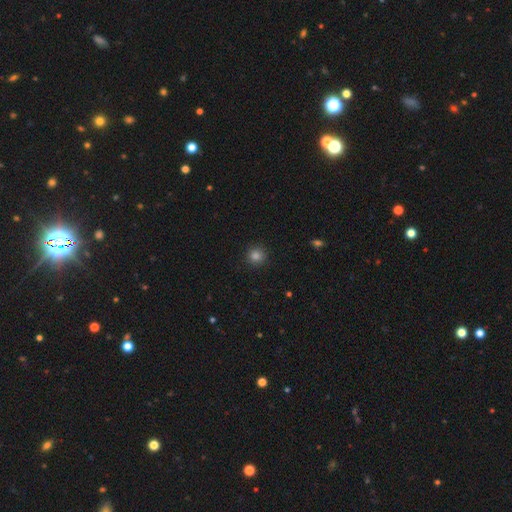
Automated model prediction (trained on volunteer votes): Morphology: type=smooth (84%); roundness=round (94%); merging=none (91%).